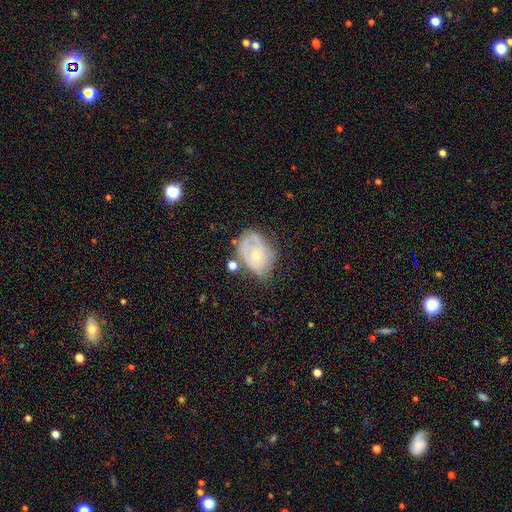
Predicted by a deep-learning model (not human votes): This appears to be a featured or disk galaxy (63%) with no bar (82%), spiral arms (59%) and a moderate central bulge (54%). Merging: none (49%).